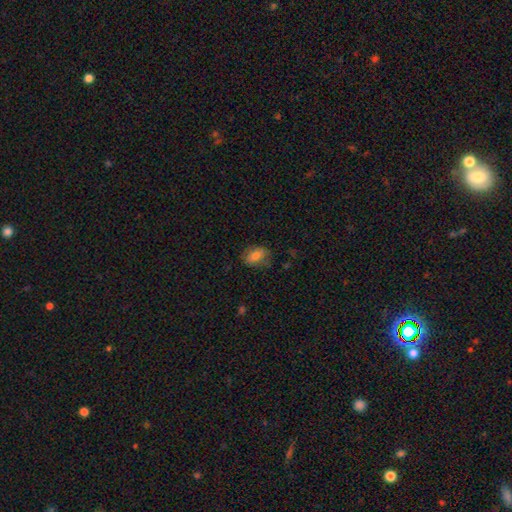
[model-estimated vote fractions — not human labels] A smooth galaxy with no disk features (74%) that is in between round and cigar-shaped (86%). Merging: none (69%).